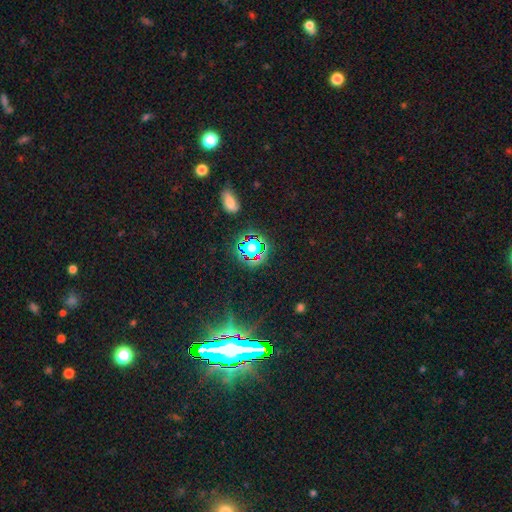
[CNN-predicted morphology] Q: Smooth or featured?
A: star or artifact (74%); runner-up: smooth (15%)